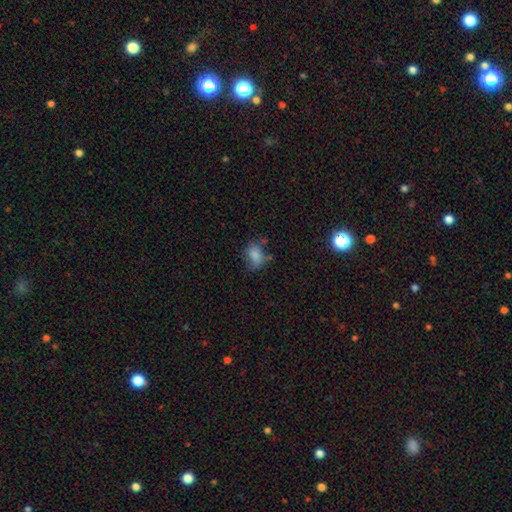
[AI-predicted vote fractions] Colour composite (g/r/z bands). It shows a smooth galaxy with no disk features (76%) that is in between round and cigar-shaped (78%). Merging: none (47%).